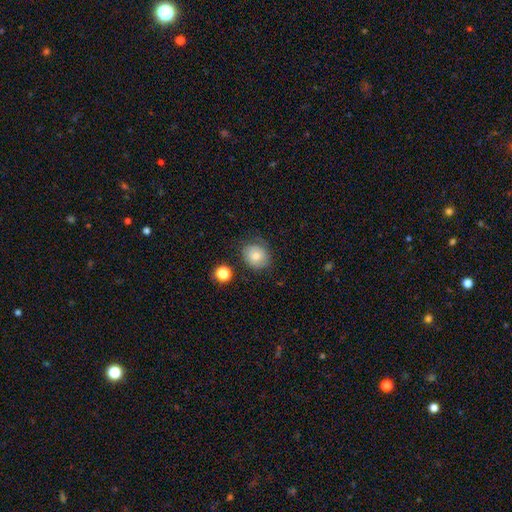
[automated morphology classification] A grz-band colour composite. It shows a smooth galaxy with no disk features (68%) that is round (67%). Merging: none (70%).